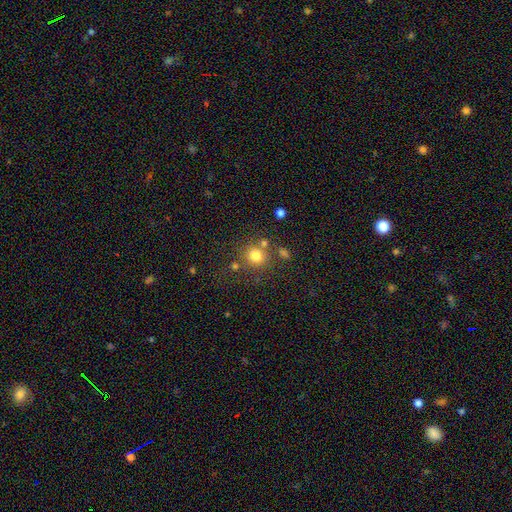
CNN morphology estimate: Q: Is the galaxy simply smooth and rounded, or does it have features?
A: smooth — 77%.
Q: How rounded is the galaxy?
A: round — 87%.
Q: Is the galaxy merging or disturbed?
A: none — 73%.